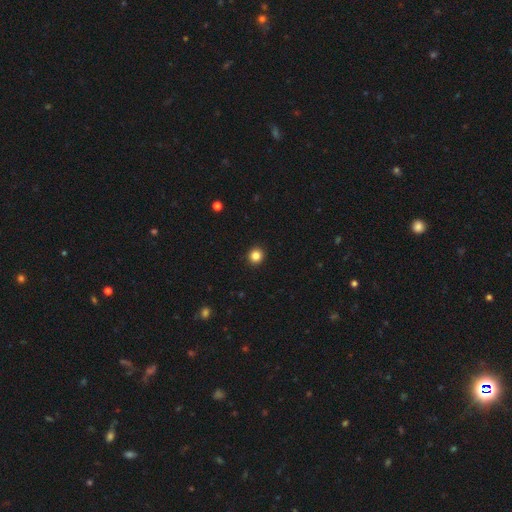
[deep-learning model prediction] This appears to be a smooth galaxy with no disk features (85%) that is round (91%). Merging: none (93%).